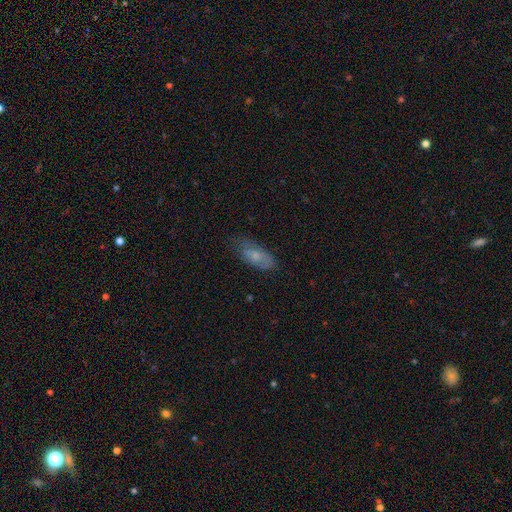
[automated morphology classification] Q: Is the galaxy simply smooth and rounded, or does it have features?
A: smooth — 61%.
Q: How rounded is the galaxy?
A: in between — 83%.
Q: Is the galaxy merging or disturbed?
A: none — 60%.